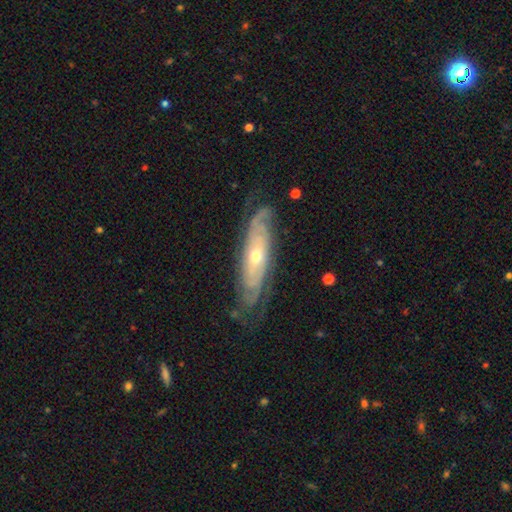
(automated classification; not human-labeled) featured or disk 84%, smooth 10%, star or artifact 5%. Down the decision tree: edge-on disk — no (80%); bar — no (76%); spiral arms — yes (93%); spiral arm count — can't tell (45%); spiral winding — tight (72%); bulge size — small (56%); merging — none (75%).